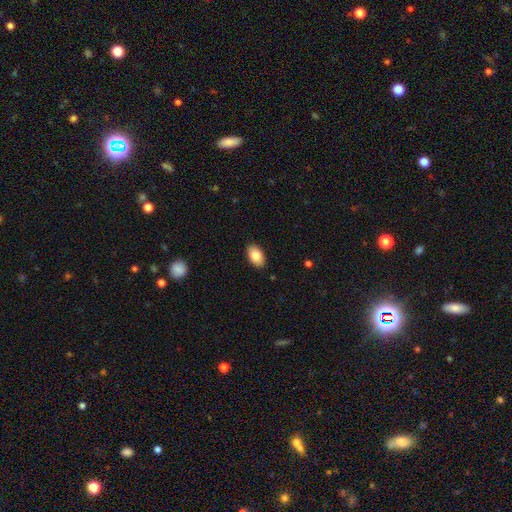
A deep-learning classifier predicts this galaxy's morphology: Overall: smooth (83%). How rounded: in between (93%). Merging: none (89%).